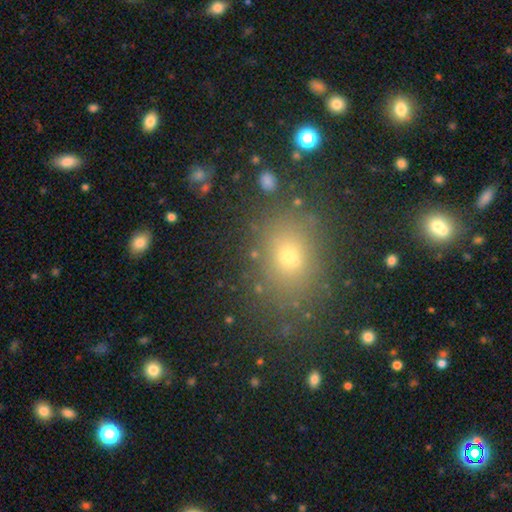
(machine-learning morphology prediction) Smooth or featured? smooth (61%)
How rounded? in between (55%)
Merging? none (84%)